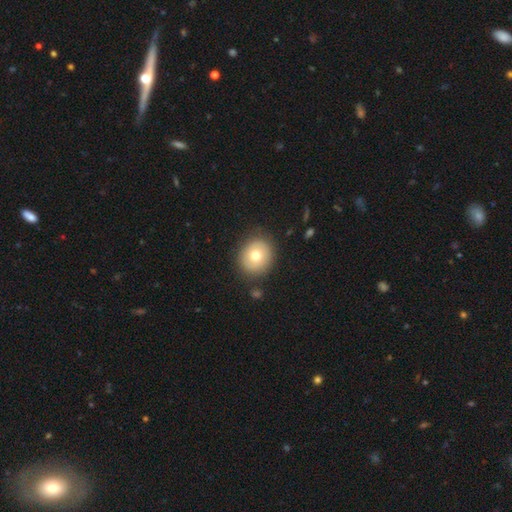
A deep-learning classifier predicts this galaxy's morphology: This is likely a smooth galaxy (71%). How rounded: clearly round (81%). Merging: clearly none (86%).